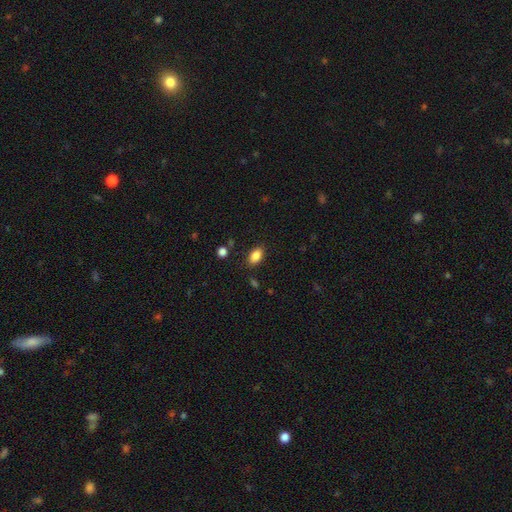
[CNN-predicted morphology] Q: Smooth or featured?
A: smooth (86%); runner-up: star or artifact (9%)
Q: How rounded?
A: in between (88%); runner-up: round (10%)
Q: Merging?
A: none (84%); runner-up: minor disturbance (11%)